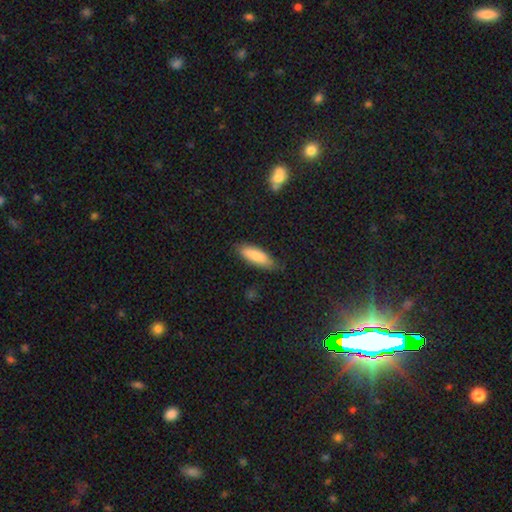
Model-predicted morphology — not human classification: Smooth or featured: smooth — 83% (featured or disk — 11%)
How rounded: cigar-shaped — 50% (in between — 48%)
Merging: none — 75% (minor disturbance — 20%)